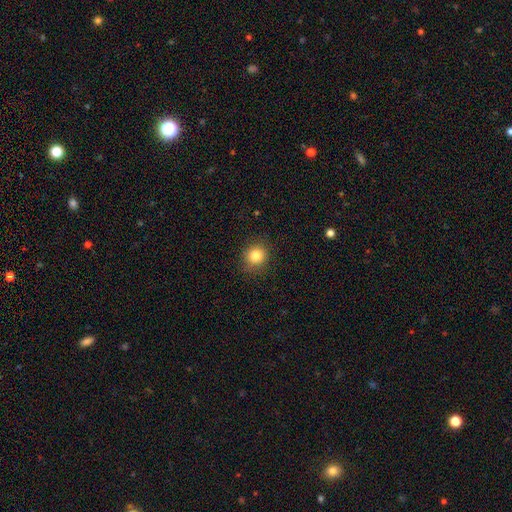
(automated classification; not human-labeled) Smooth or featured: smooth — 82% (star or artifact — 11%)
How rounded: round — 85% (in between — 14%)
Merging: none — 87% (minor disturbance — 9%)